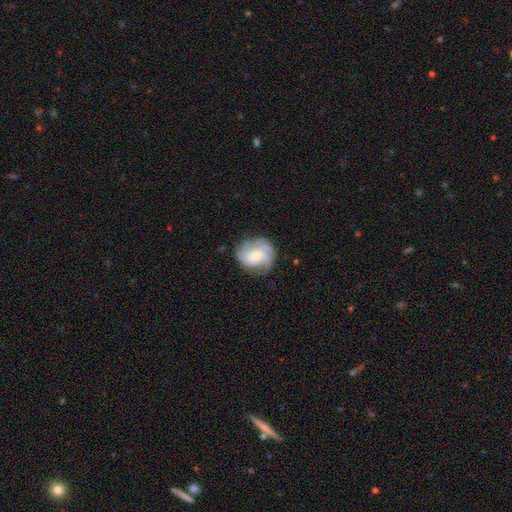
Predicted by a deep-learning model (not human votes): smooth-or-featured: featured or disk: 69% | smooth: 24% | star or artifact: 7%
  disk-edge-on: no: 98% | yes: 2%
    bar: no: 64% | weak: 30% | strong: 6%
    has-spiral-arms: yes: 90% | no: 10%
      spiral-winding: tight: 52% | medium: 35% | loose: 13%
      spiral-arm-count: can't tell: 34% | 3: 25% | 2: 20% | 4: 11% | 1: 5% | more than 4: 5%
    bulge-size: moderate: 51% | small: 44% | large: 3% | none: 1% | dominant: 1%
  merging: none: 72% | minor disturbance: 19% | major disturbance: 8% | merger: 1%